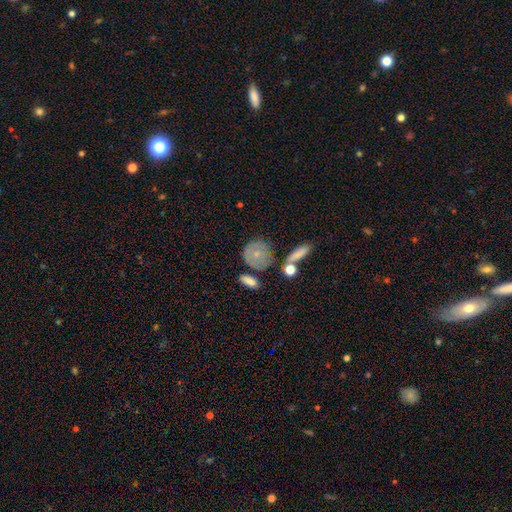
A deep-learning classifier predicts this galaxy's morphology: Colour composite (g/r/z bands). It shows a smooth galaxy with no disk features (67%) that is round (76%). Merging: none (60%).